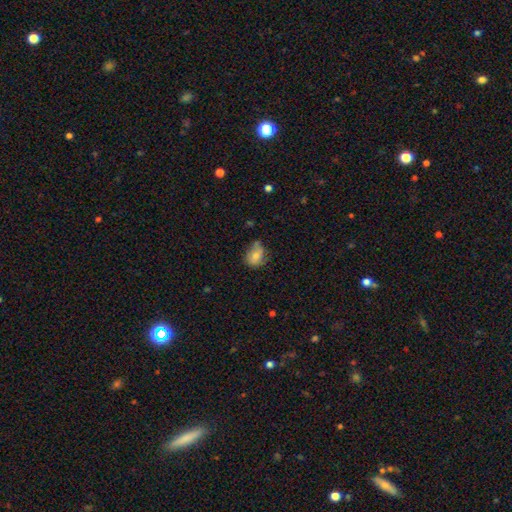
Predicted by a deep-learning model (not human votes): Q: Smooth or featured?
A: smooth (73%); runner-up: featured or disk (18%)
Q: How rounded?
A: in between (54%); runner-up: round (45%)
Q: Merging?
A: none (53%); runner-up: minor disturbance (31%)